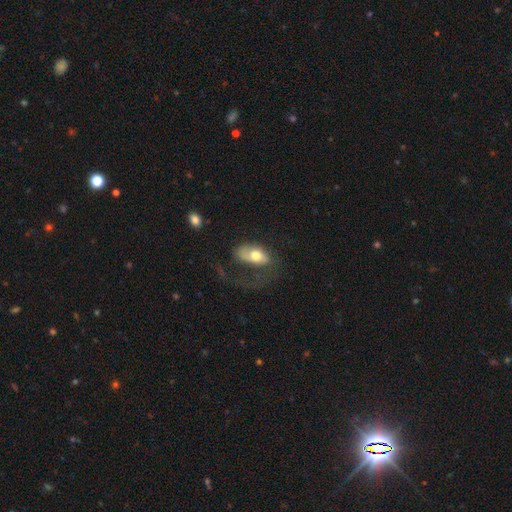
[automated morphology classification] smooth_or_featured: smooth (p=0.59) [alt: featured or disk p=0.35]
how_rounded: in between (p=0.88) [alt: round p=0.07]
merging: major disturbance (p=0.53) [alt: none p=0.26]